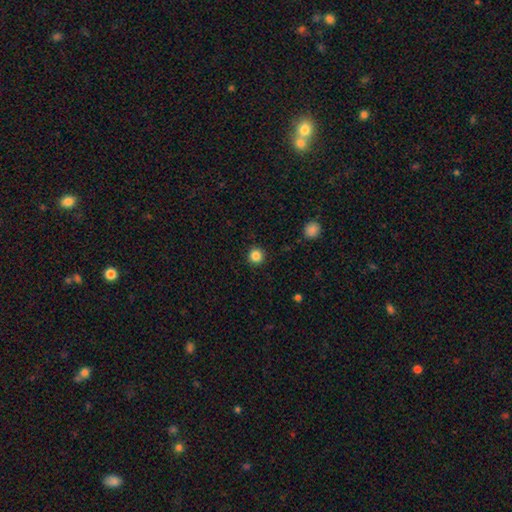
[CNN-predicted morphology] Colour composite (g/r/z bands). It shows a smooth galaxy with no disk features (85%) that is round (95%). Merging: none (92%).